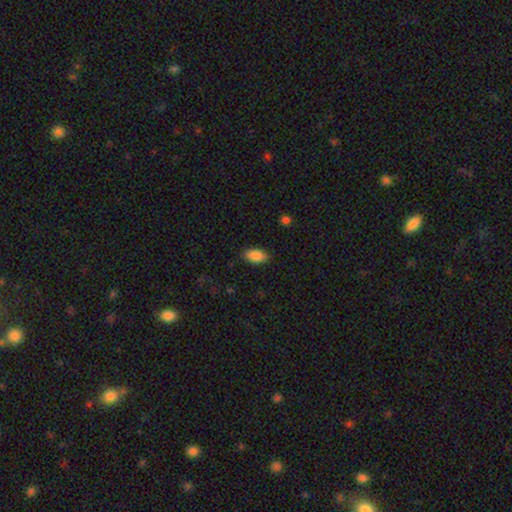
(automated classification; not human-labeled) Smooth or featured: smooth — 87% (star or artifact — 7%)
How rounded: in between — 92% (round — 4%)
Merging: none — 85% (minor disturbance — 11%)